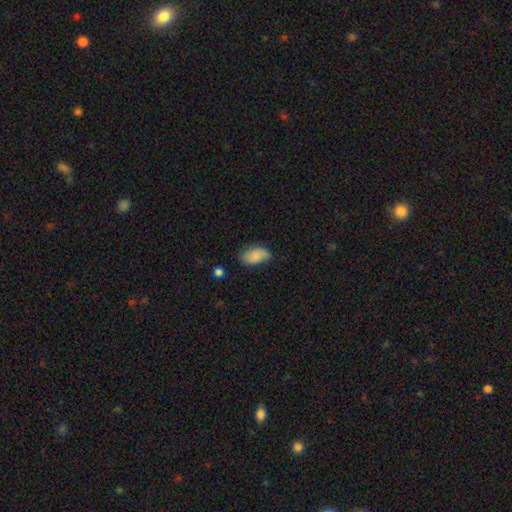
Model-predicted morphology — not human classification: The model was most divided on "merging": none: 61%, minor disturbance: 30%, major disturbance: 7%, merger: 2%. More confident: how rounded — in between (93%); smooth or featured — smooth (77%).